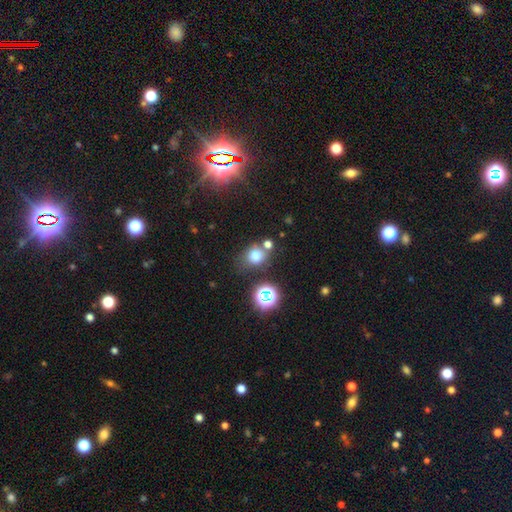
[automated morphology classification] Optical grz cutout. It shows a smooth galaxy with no disk features (72%) that is round (61%). Merging: none (60%).